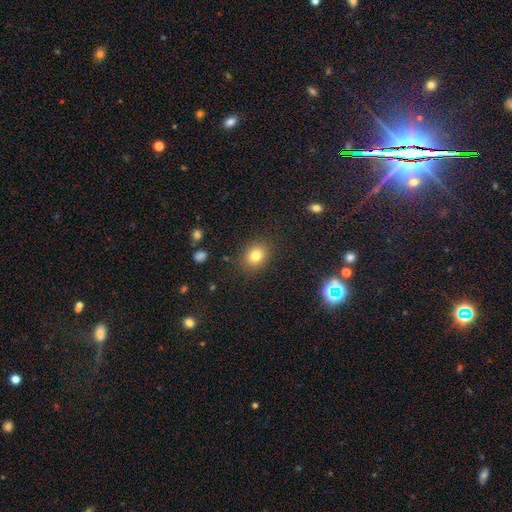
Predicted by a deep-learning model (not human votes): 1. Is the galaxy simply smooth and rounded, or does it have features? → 79% smooth, 12% star or artifact, 8% featured or disk.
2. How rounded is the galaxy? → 54% round, 45% in between, 1% cigar-shaped.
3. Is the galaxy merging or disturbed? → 86% none, 9% minor disturbance, 3% major disturbance, 1% merger.